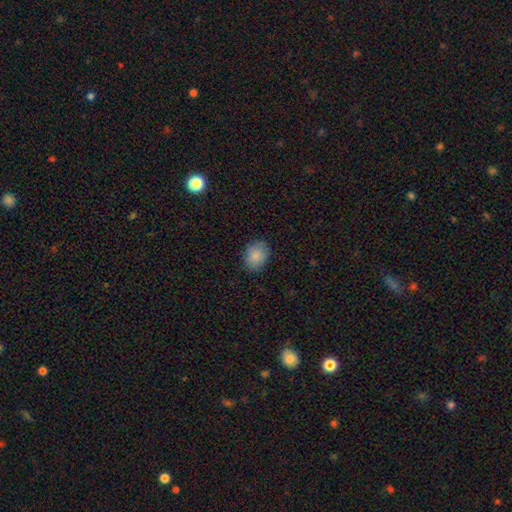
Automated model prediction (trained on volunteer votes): A smooth galaxy with no disk features (87%) that is in between round and cigar-shaped (53%).

Vote fractions:
- Smooth or featured? smooth: 87% / star or artifact: 8% / featured or disk: 5%
- How rounded? in between: 53% / round: 46% / cigar-shaped: 1%
- Merging? none: 86% / minor disturbance: 10% / major disturbance: 3% / merger: 1%